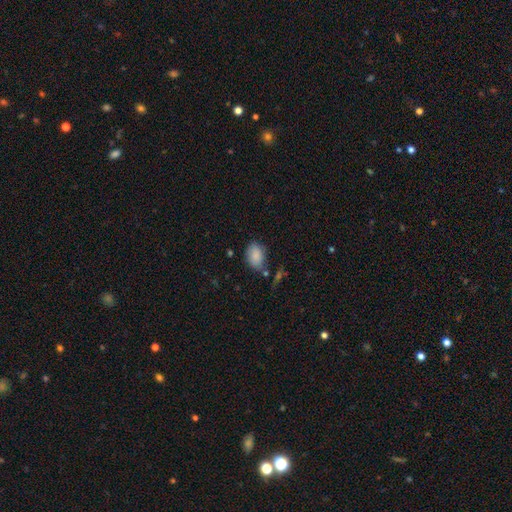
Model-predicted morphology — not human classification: smooth_or_featured: smooth (p=0.87) [alt: star or artifact p=0.08]
how_rounded: in between (p=0.83) [alt: round p=0.16]
merging: none (p=0.72) [alt: minor disturbance p=0.19]